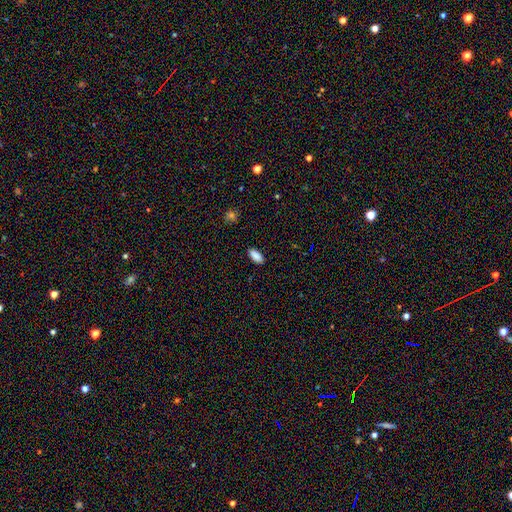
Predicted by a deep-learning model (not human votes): Smooth or featured?
  - smooth: 88% *
  - star or artifact: 8%
  - featured or disk: 4%
How rounded?
  - in between: 87% *
  - cigar-shaped: 11%
  - round: 2%
Merging?
  - none: 88% *
  - minor disturbance: 9%
  - major disturbance: 2%
  - merger: 1%